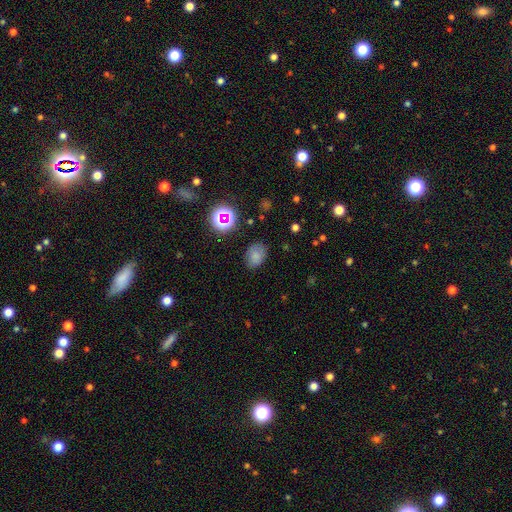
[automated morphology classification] Smooth or featured? Predicted: smooth (p=0.75). How rounded? Predicted: in between (p=0.67). Merging? Predicted: none (p=0.76).